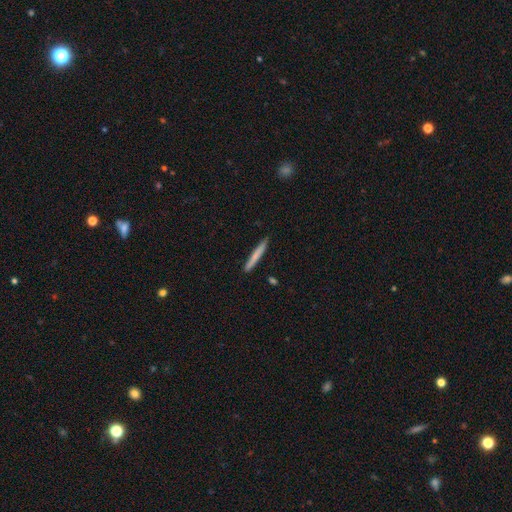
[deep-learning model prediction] smooth 70%, featured or disk 25%, star or artifact 5%. Down the decision tree: how rounded — cigar-shaped (97%); merging — none (90%).